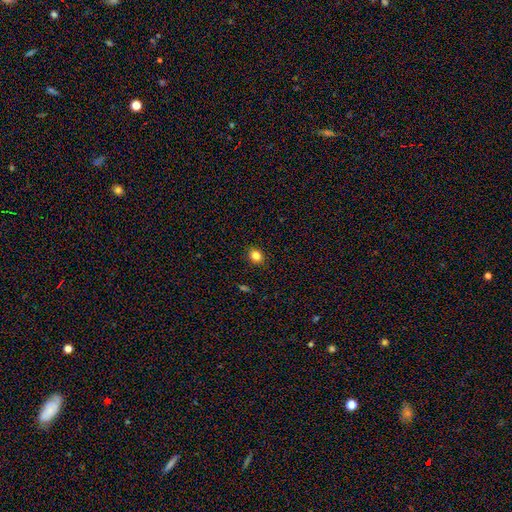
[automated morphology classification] The model was most divided on "how rounded": round: 71%, in between: 28%, cigar-shaped: 1%. More confident: merging — none (90%); smooth or featured — smooth (82%).